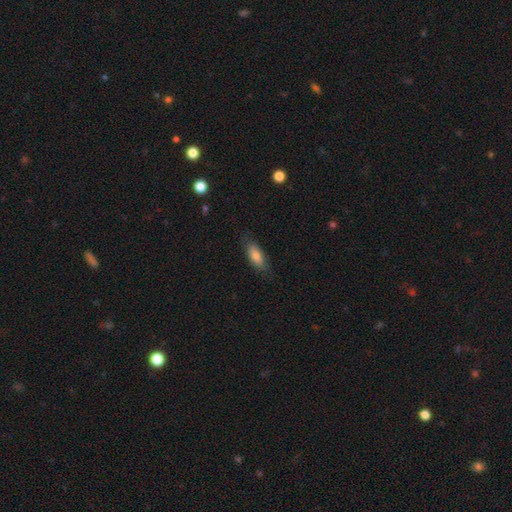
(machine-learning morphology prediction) Smooth or featured: smooth — 77% (featured or disk — 15%)
How rounded: in between — 70% (cigar-shaped — 27%)
Merging: none — 81% (minor disturbance — 15%)